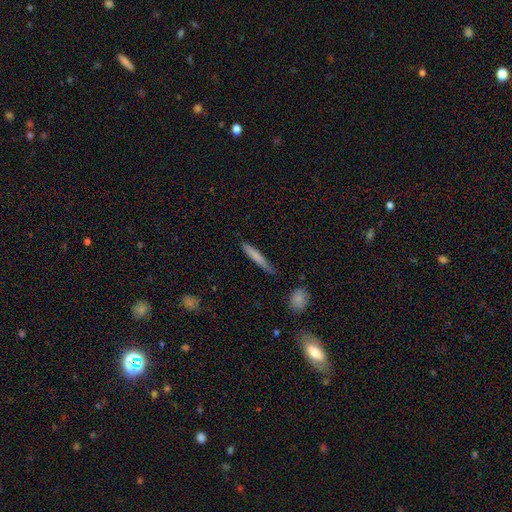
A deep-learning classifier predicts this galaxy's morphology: A smooth galaxy with no disk features (73%) that is cigar-shaped (94%).

Vote fractions:
- Smooth or featured? smooth: 73% / featured or disk: 21% / star or artifact: 6%
- How rounded? cigar-shaped: 94% / in between: 5% / round: 1%
- Merging? none: 75% / minor disturbance: 19% / major disturbance: 4% / merger: 2%